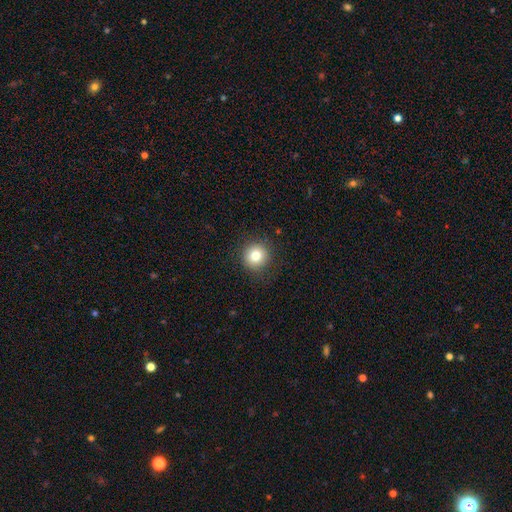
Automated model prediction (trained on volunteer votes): A smooth galaxy with no disk features (81%) that is round (93%). Merging: none (90%).